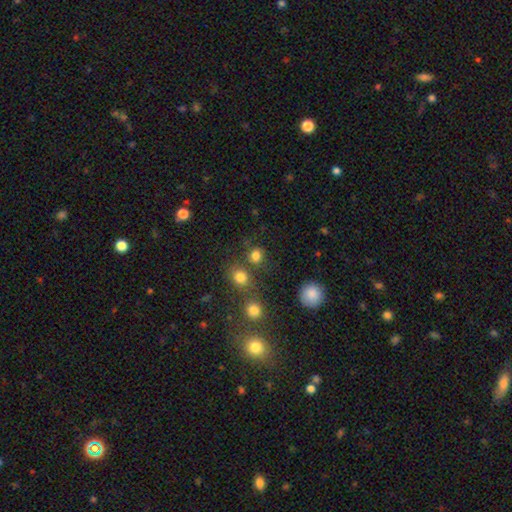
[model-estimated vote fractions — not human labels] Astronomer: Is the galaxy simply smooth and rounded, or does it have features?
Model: smooth — 81%.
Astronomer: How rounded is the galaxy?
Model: round — 84%.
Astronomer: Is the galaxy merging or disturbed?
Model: none — 71%.